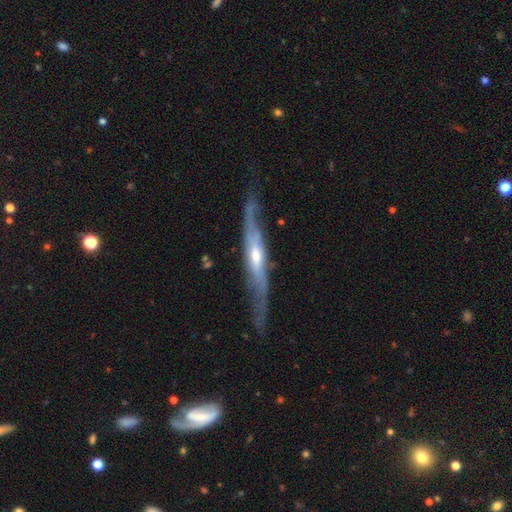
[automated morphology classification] smooth-or-featured: featured or disk: 80% | smooth: 15% | star or artifact: 5%
  disk-edge-on: yes: 70% | no: 30%
    edge-on-bulge: rounded: 71% | none: 23% | boxy: 6%
  merging: none: 68% | minor disturbance: 22% | major disturbance: 8% | merger: 2%